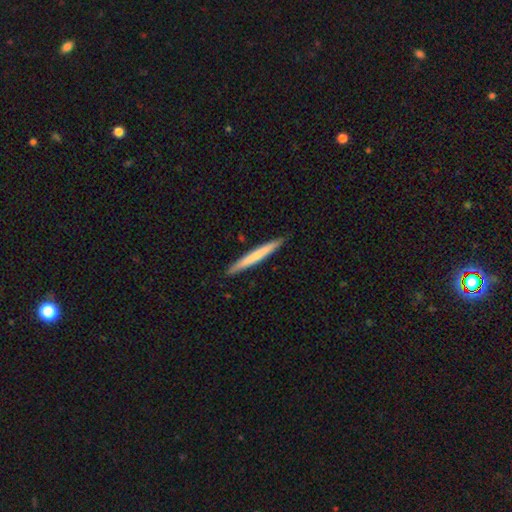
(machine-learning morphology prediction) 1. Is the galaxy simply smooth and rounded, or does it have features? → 63% smooth, 32% featured or disk, 5% star or artifact.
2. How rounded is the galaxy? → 97% cigar-shaped, 2% in between, 1% round.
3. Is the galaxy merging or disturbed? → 91% none, 6% minor disturbance, 1% major disturbance, 1% merger.